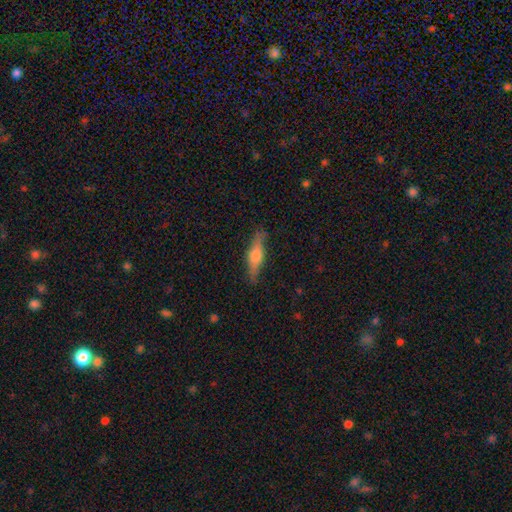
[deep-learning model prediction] featured or disk 48%, smooth 46%, star or artifact 6%. Down the decision tree: merging — none (82%).